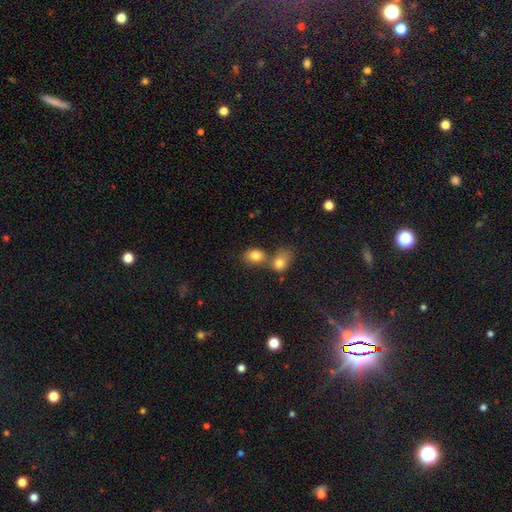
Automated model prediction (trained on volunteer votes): smooth 80%, star or artifact 10%, featured or disk 10%. Down the decision tree: how rounded — in between (55%); merging — merger (50%).